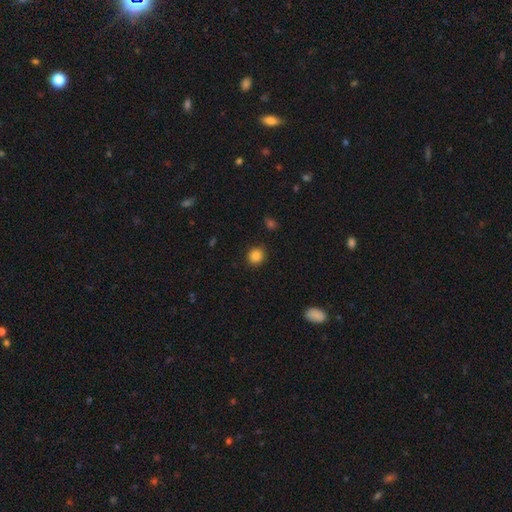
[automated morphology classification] smooth_or_featured: smooth (p=0.85) [alt: star or artifact p=0.11]
how_rounded: round (p=0.90) [alt: in between p=0.09]
merging: none (p=0.90) [alt: minor disturbance p=0.07]